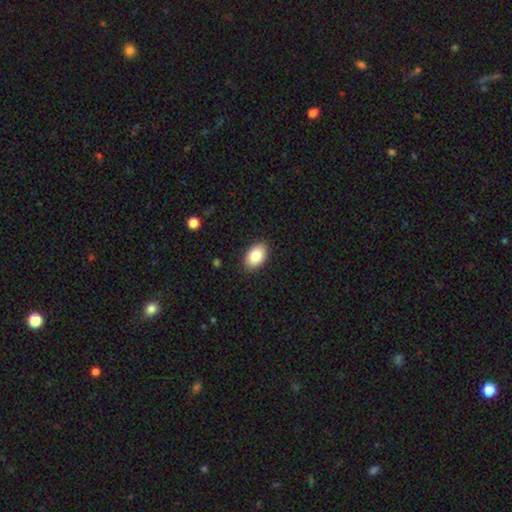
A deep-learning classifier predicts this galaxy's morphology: Q: Smooth or featured?
A: smooth (84%); runner-up: featured or disk (9%)
Q: How rounded?
A: in between (90%); runner-up: round (9%)
Q: Merging?
A: none (89%); runner-up: minor disturbance (8%)